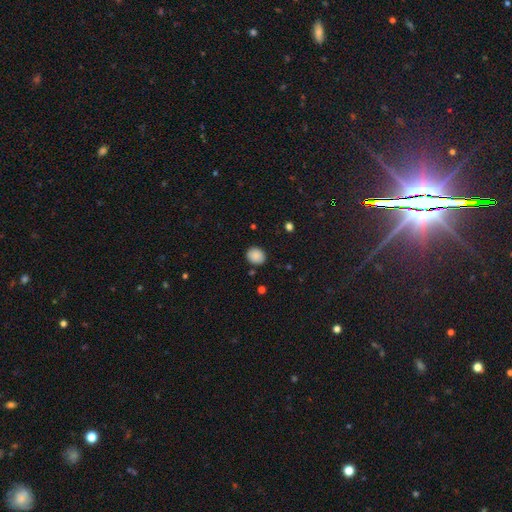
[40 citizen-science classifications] smooth 98%, featured or disk 2%, star or artifact 0%. Down the decision tree: how rounded — round (79%); merging — none (88%).